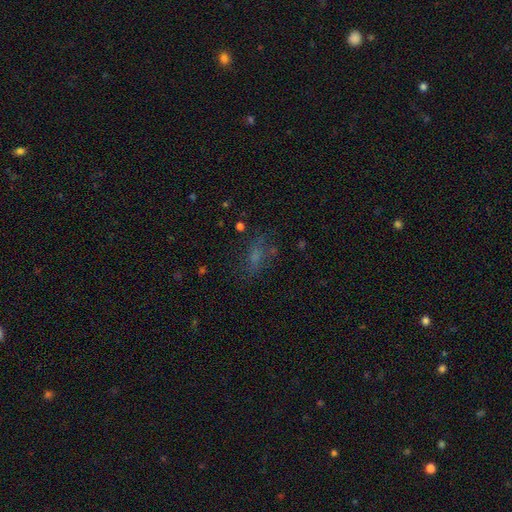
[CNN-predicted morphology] A smooth galaxy with no disk features (46%). Merging: none (57%).